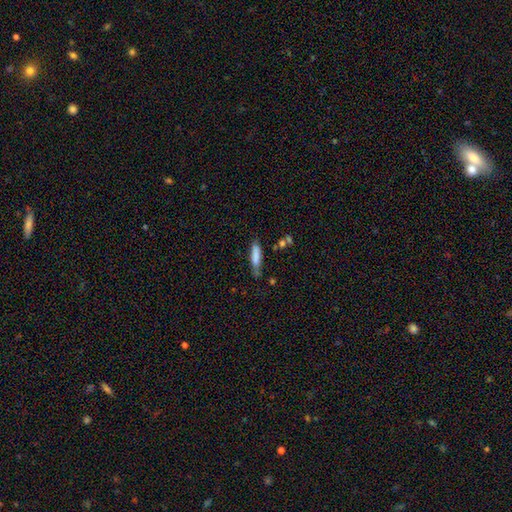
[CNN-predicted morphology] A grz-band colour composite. It shows a smooth galaxy with no disk features (78%) that is cigar-shaped (75%). Merging: none (64%).